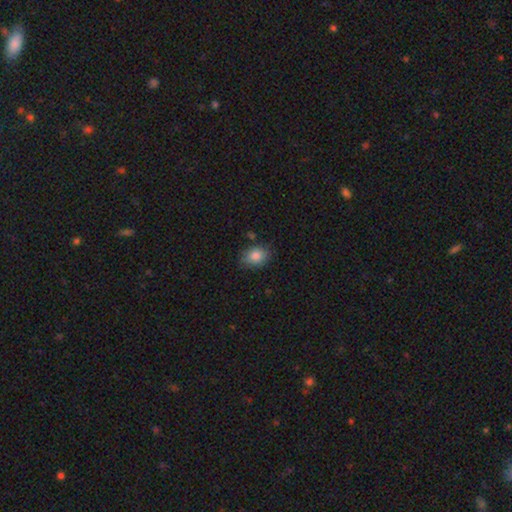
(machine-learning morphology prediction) This appears to be a smooth galaxy with no disk features (84%) that is in between round and cigar-shaped (66%). Merging: none (76%).